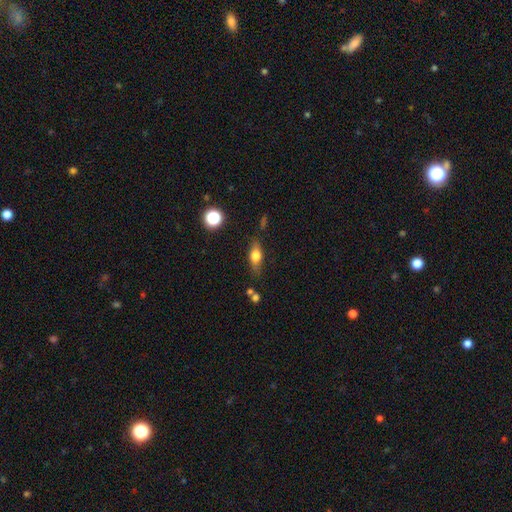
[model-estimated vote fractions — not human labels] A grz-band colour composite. It shows a smooth galaxy with no disk features (59%) that is in between round and cigar-shaped (68%). Merging: none (73%).